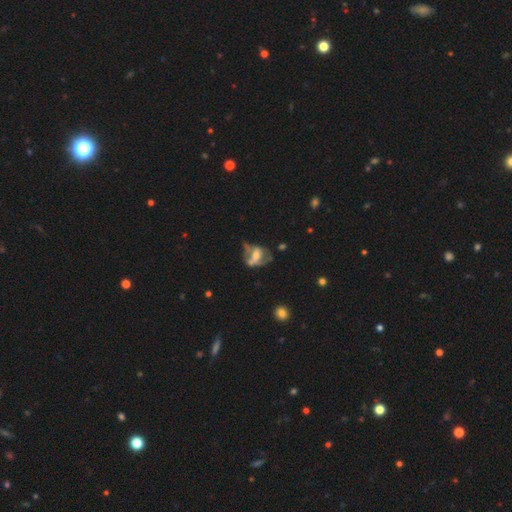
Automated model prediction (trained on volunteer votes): This is possibly a featured or disk galaxy (59%). It is clearly not viewed edge-on (92%). Bar: possibly no (46%). Spiral arm pattern: likely no (66%). Central bulge: marginally moderate (45%). Merging: marginally none (32%).